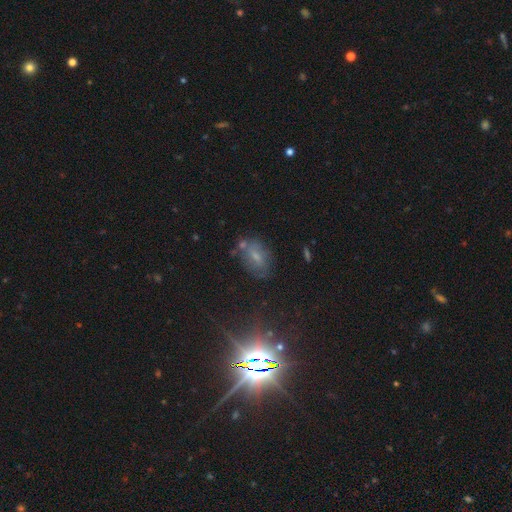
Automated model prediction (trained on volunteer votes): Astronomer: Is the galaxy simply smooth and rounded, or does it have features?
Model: smooth — 46% (runner-up: featured or disk, 32%).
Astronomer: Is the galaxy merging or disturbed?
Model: none — 63%.